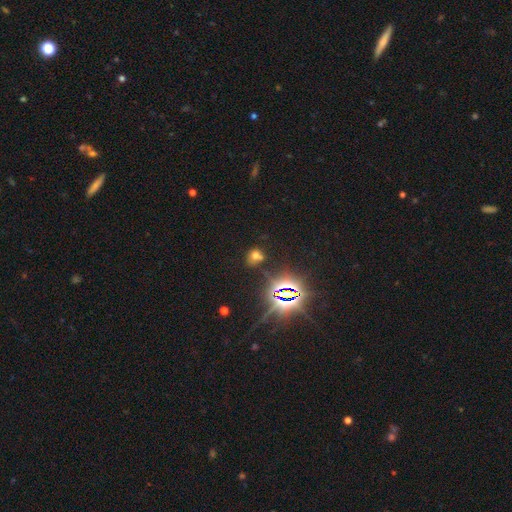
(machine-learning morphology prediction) smooth_or_featured: smooth (p=0.48) [alt: star or artifact p=0.40]
merging: none (p=0.58) [alt: merger p=0.22]